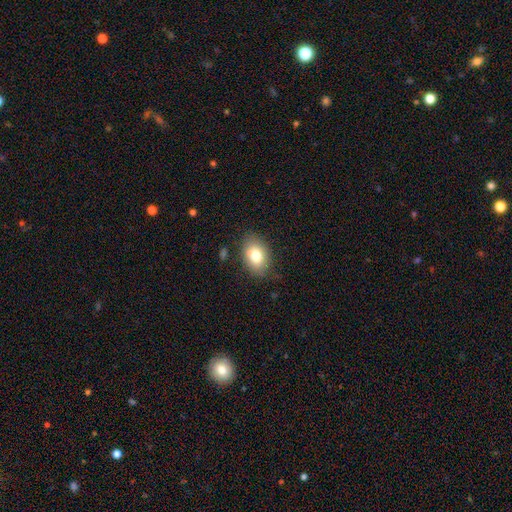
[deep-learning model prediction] Q: Smooth or featured?
A: smooth (78%); runner-up: featured or disk (13%)
Q: How rounded?
A: in between (80%); runner-up: round (18%)
Q: Merging?
A: none (78%); runner-up: minor disturbance (16%)